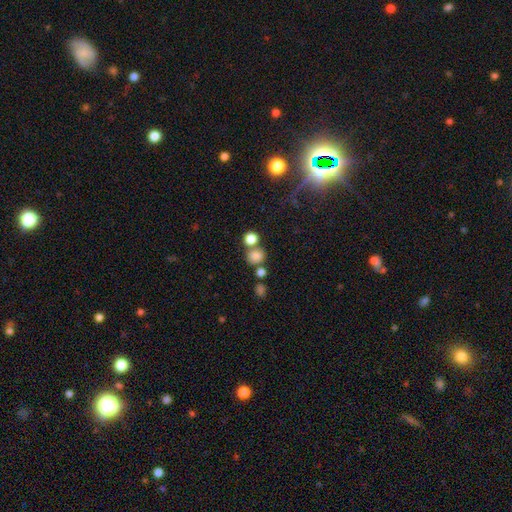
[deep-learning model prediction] This is likely a smooth galaxy (80%). How rounded: likely round (79%). Merging: possibly none (58%).